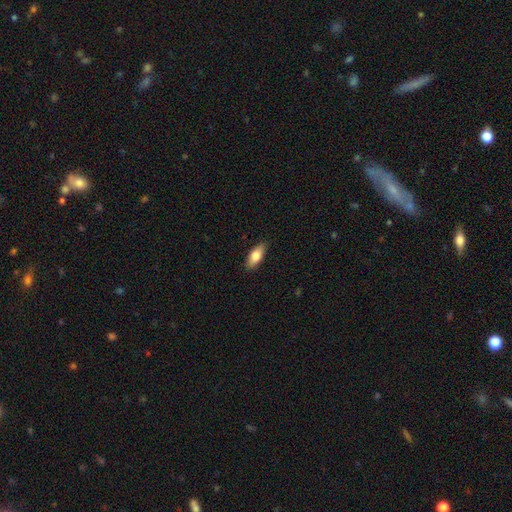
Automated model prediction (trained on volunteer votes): Smooth or featured?
  - smooth: 78% *
  - featured or disk: 16%
  - star or artifact: 6%
How rounded?
  - in between: 79% *
  - cigar-shaped: 18%
  - round: 3%
Merging?
  - none: 87% *
  - minor disturbance: 10%
  - major disturbance: 2%
  - merger: 1%